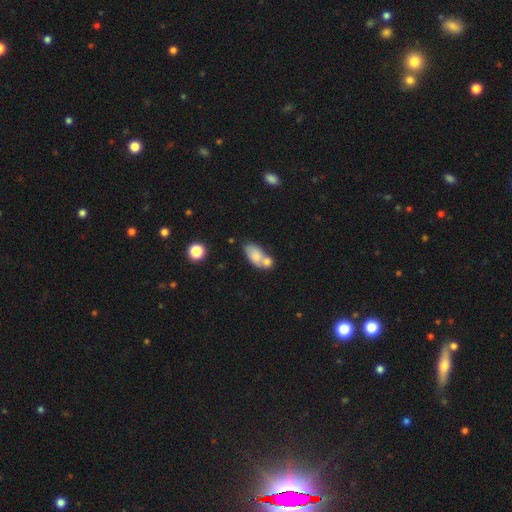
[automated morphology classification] This is likely a smooth galaxy (74%). How rounded: clearly in between (88%). Merging: possibly merger (51%).